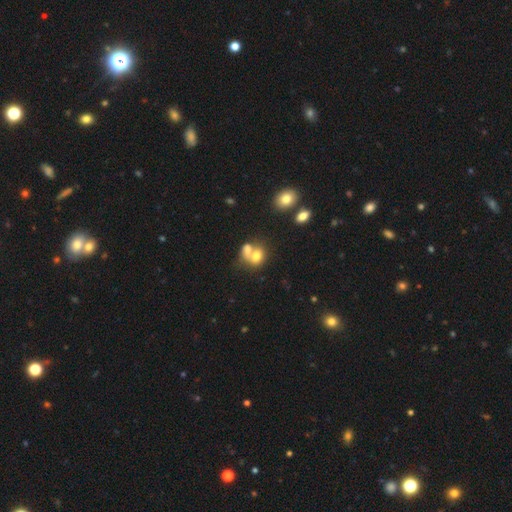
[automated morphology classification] smooth_or_featured: smooth (p=0.70) [alt: featured or disk p=0.19]
how_rounded: in between (p=0.54) [alt: round p=0.45]
merging: merger (p=0.63) [alt: none p=0.23]